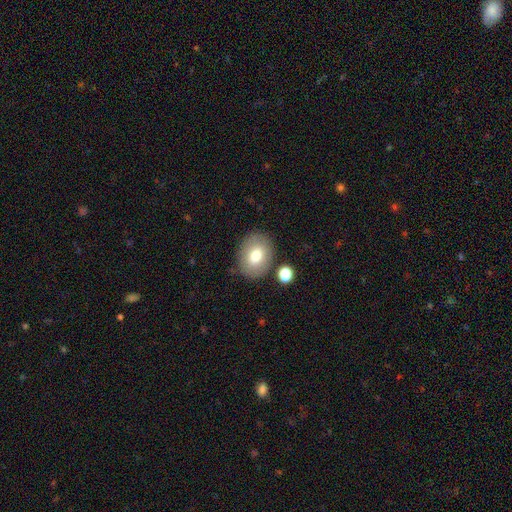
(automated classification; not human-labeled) A smooth galaxy with no disk features (76%) that is in between round and cigar-shaped (64%).

Vote fractions:
- Smooth or featured? smooth: 76% / featured or disk: 16% / star or artifact: 8%
- How rounded? in between: 64% / round: 35% / cigar-shaped: 1%
- Merging? none: 81% / minor disturbance: 11% / merger: 4% / major disturbance: 3%